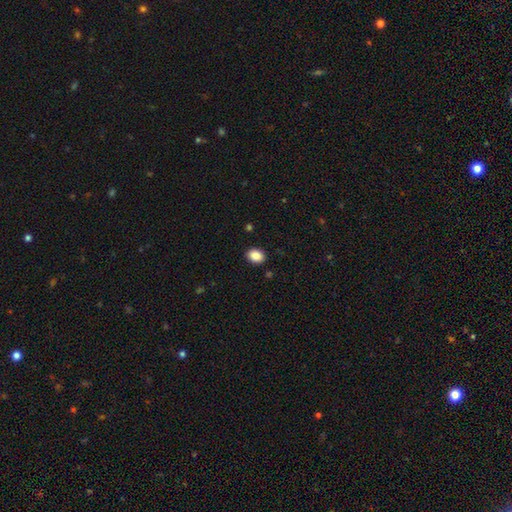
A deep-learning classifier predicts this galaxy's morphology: Smooth or featured? smooth (88%)
How rounded? in between (63%)
Merging? none (90%)